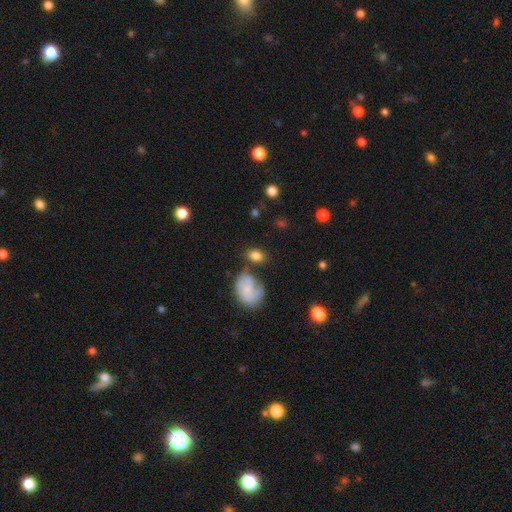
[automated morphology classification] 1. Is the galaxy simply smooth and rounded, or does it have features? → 75% smooth, 16% featured or disk, 9% star or artifact.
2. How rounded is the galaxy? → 72% in between, 26% round, 2% cigar-shaped.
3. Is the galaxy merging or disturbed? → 63% none, 17% minor disturbance, 12% merger, 8% major disturbance.